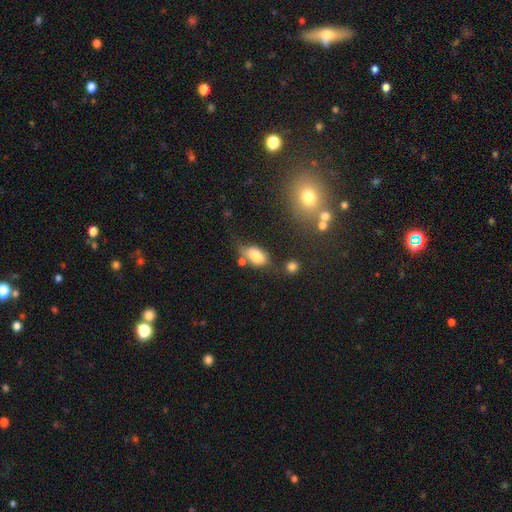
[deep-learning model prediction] Smooth or featured?
  - smooth: 76% *
  - featured or disk: 15%
  - star or artifact: 9%
How rounded?
  - in between: 89% *
  - round: 6%
  - cigar-shaped: 4%
Merging?
  - none: 48% *
  - minor disturbance: 27%
  - merger: 14%
  - major disturbance: 10%